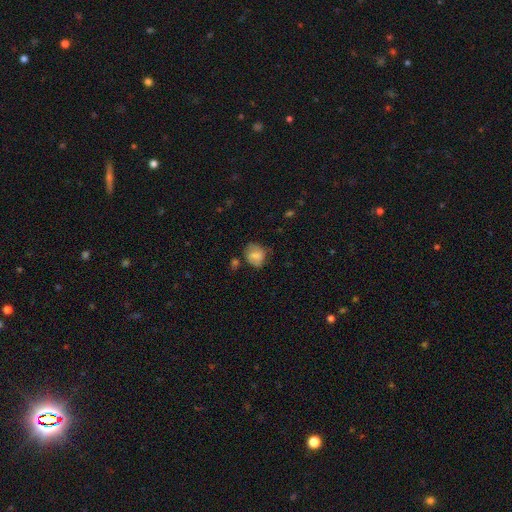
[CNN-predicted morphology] Overall: smooth (69%). How rounded: round (51%; in between 48%). Merging: none (56%; minor disturbance 28%).